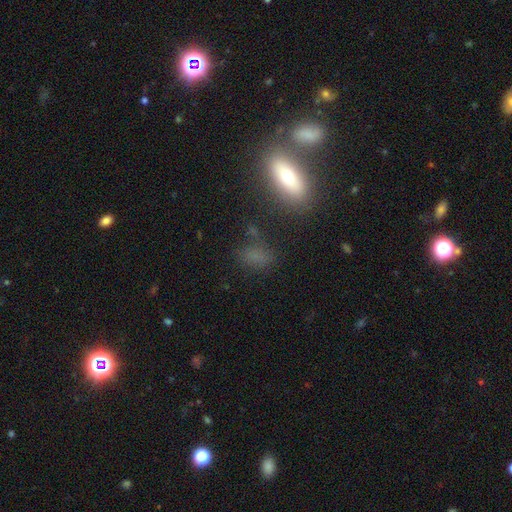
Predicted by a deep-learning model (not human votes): Morphology: type=smooth (68%); roundness=in between (73%); merging=none (66%).